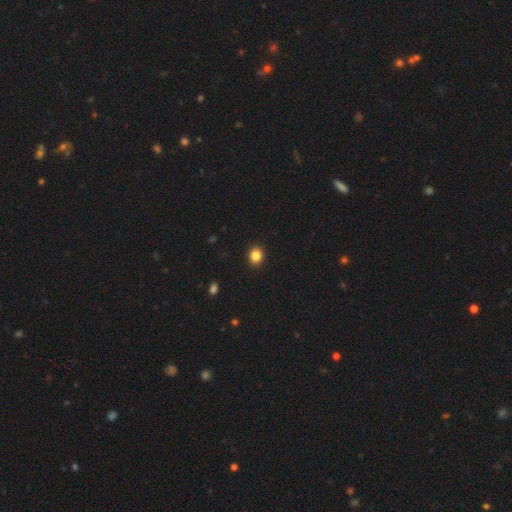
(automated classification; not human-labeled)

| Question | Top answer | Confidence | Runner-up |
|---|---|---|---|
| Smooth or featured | smooth | 86% | star or artifact (10%) |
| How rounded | round | 67% | in between (32%) |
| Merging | none | 92% | minor disturbance (6%) |